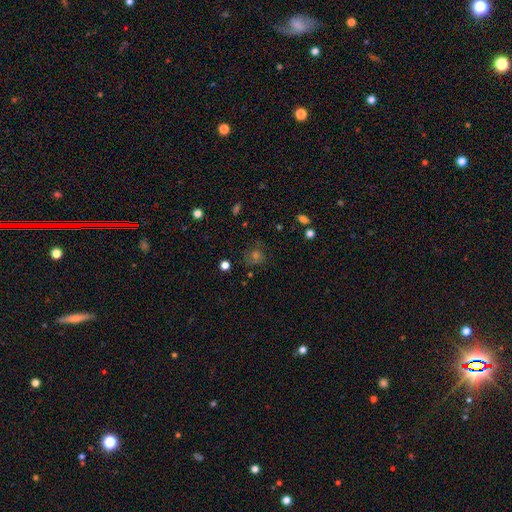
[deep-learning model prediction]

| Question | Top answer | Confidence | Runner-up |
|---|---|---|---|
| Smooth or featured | smooth | 43% | star or artifact (34%) |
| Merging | none | 71% | minor disturbance (17%) |